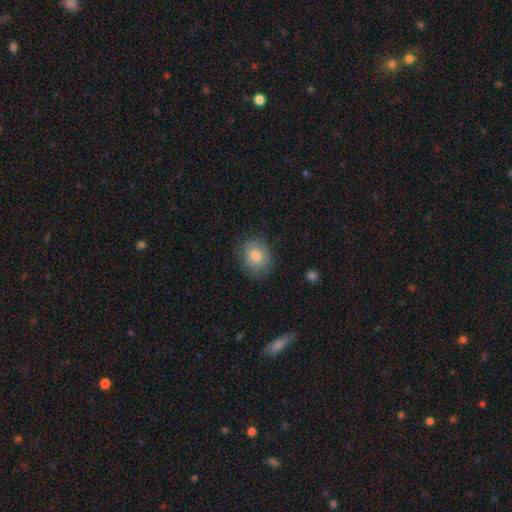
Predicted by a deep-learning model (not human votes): This appears to be a smooth galaxy with no disk features (75%) that is round (63%). Merging: none (80%).